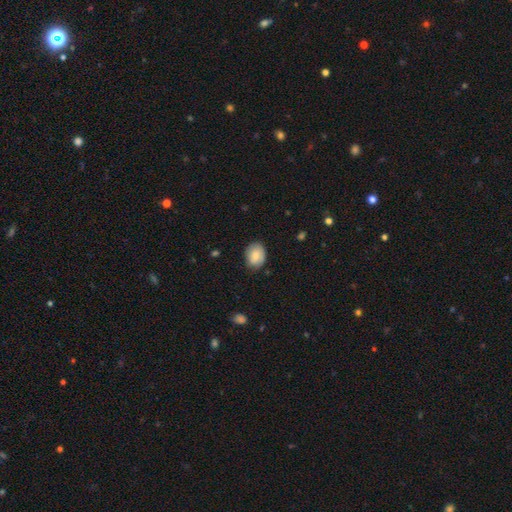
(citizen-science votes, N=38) Q: Smooth or featured?
A: smooth (74%); runner-up: featured or disk (26%)
Q: How rounded?
A: in between (71%); runner-up: round (29%)
Q: Merging?
A: none (71%); runner-up: minor disturbance (29%)